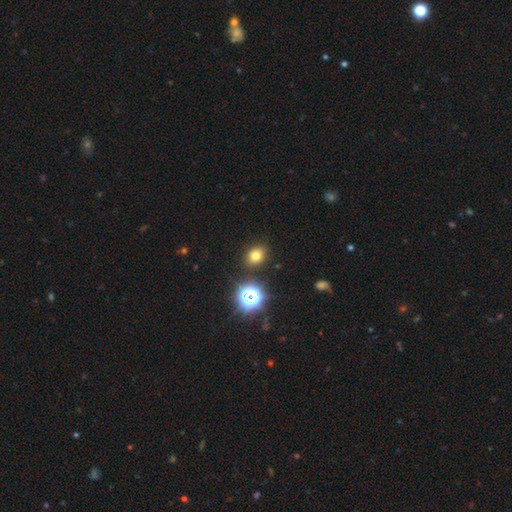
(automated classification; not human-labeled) Smooth or featured? smooth (75%)
How rounded? round (52%)
Merging? none (87%)